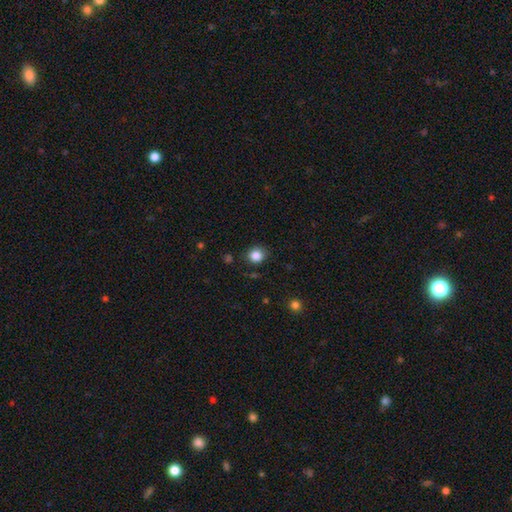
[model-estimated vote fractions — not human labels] smooth 84%, star or artifact 11%, featured or disk 5%. Down the decision tree: how rounded — round (81%); merging — none (86%).